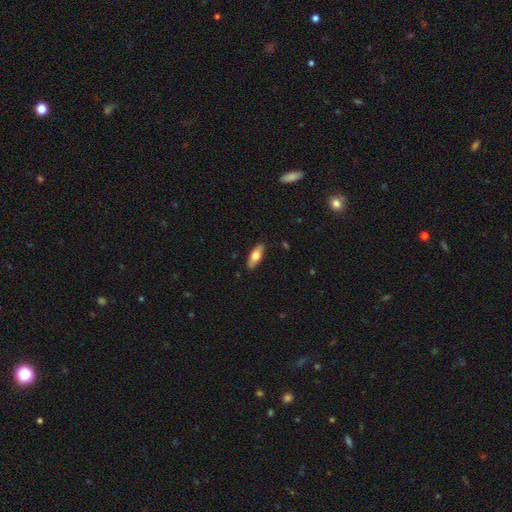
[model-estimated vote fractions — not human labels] A smooth galaxy with no disk features (66%) that is in between round and cigar-shaped (75%). Merging: none (88%).